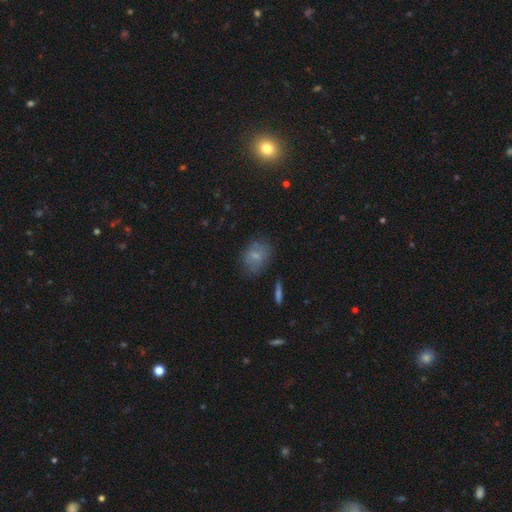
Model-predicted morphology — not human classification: This is likely a smooth galaxy (68%). How rounded: likely in between (65%). Merging: likely none (68%).